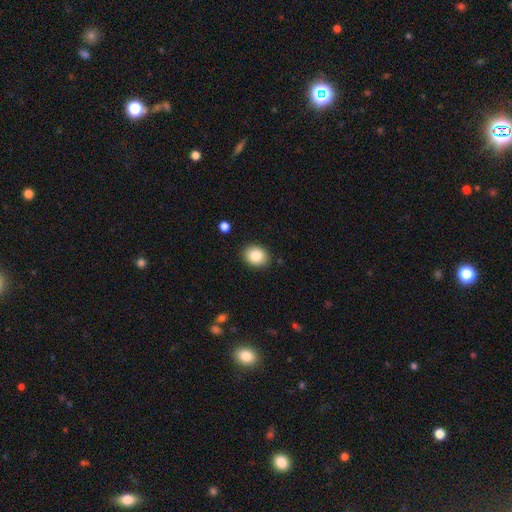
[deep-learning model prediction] smooth_or_featured: smooth (p=0.84) [alt: star or artifact p=0.09]
how_rounded: round (p=0.51) [alt: in between p=0.48]
merging: none (p=0.88) [alt: minor disturbance p=0.08]